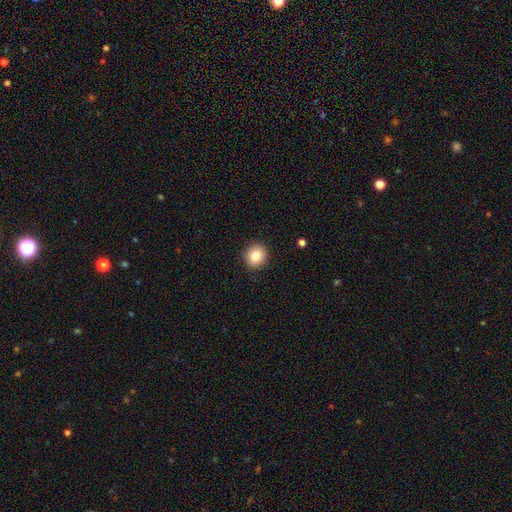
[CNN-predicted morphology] This appears to be a smooth galaxy with no disk features (81%) that is round (86%). Merging: none (92%).